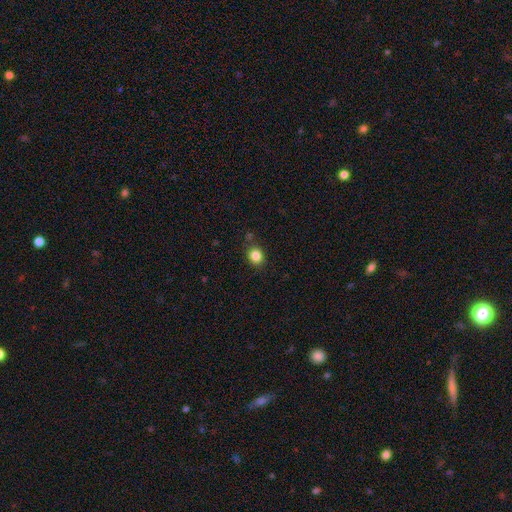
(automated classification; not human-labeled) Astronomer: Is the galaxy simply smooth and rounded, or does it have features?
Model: smooth — 84%.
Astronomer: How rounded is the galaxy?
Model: round — 72%.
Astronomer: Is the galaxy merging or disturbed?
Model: none — 83%.